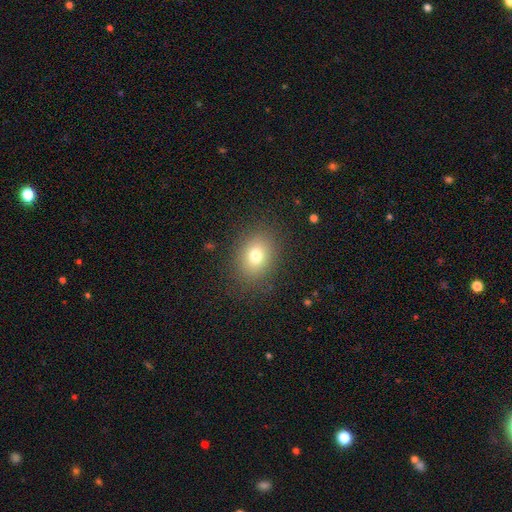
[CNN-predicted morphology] This appears to be a smooth galaxy with no disk features (75%) that is in between round and cigar-shaped (51%). Merging: none (86%).